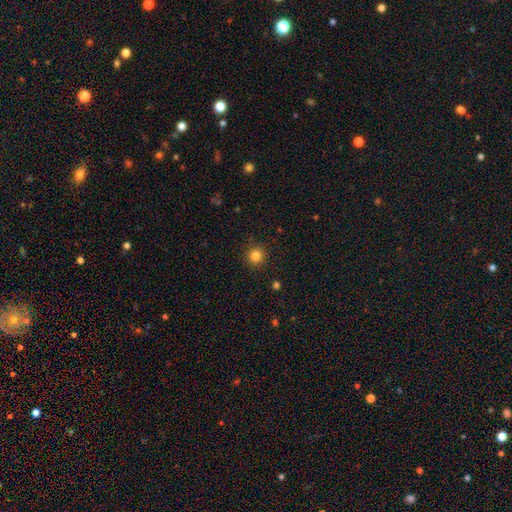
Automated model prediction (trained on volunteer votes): Morphology: type=smooth (82%); roundness=round (94%); merging=none (92%).